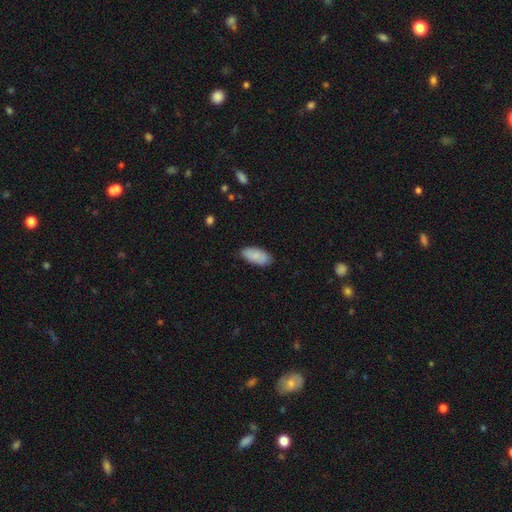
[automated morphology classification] A smooth galaxy with no disk features (84%) that is in between round and cigar-shaped (91%).

Vote fractions:
- Smooth or featured? smooth: 84% / featured or disk: 10% / star or artifact: 6%
- How rounded? in between: 91% / cigar-shaped: 7% / round: 2%
- Merging? none: 82% / minor disturbance: 15% / major disturbance: 2% / merger: 1%